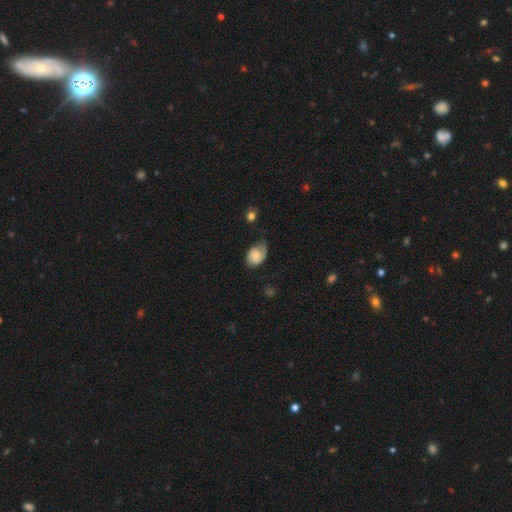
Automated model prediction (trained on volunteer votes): smooth_or_featured: smooth (p=0.55) [alt: featured or disk p=0.37]
how_rounded: in between (p=0.76) [alt: round p=0.23]
merging: none (p=0.41) [alt: minor disturbance p=0.37]